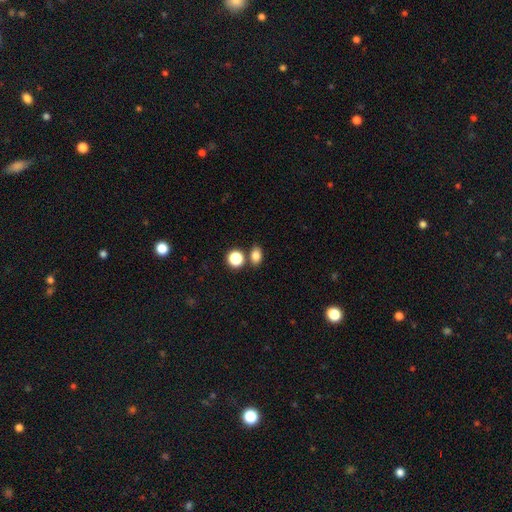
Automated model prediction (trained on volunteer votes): smooth 81%, star or artifact 13%, featured or disk 6%. Down the decision tree: how rounded — in between (68%); merging — none (73%).